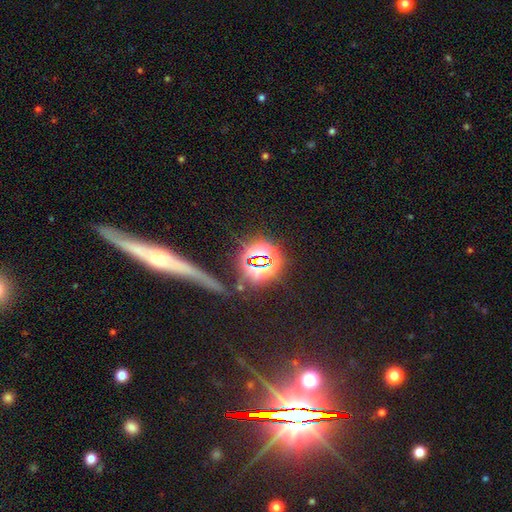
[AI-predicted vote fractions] Smooth or featured?
  - featured or disk: 46% *
  - star or artifact: 36%
  - smooth: 18%
Merging?
  - none: 78% *
  - minor disturbance: 11%
  - merger: 7%
  - major disturbance: 4%